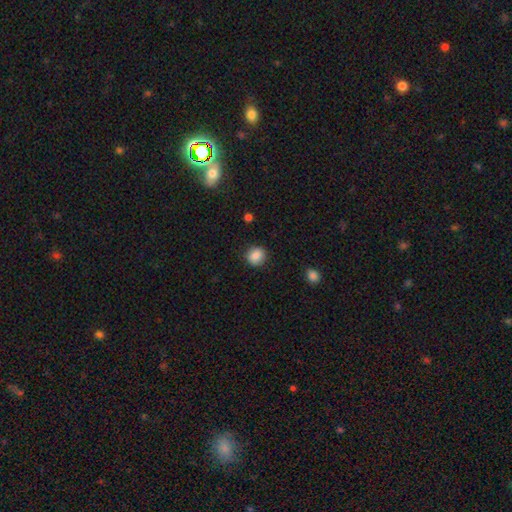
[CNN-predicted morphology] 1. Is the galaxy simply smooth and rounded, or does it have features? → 86% smooth, 9% star or artifact, 5% featured or disk.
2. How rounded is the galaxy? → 88% round, 11% in between, 1% cigar-shaped.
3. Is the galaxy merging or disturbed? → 89% none, 8% minor disturbance, 2% major disturbance, 1% merger.